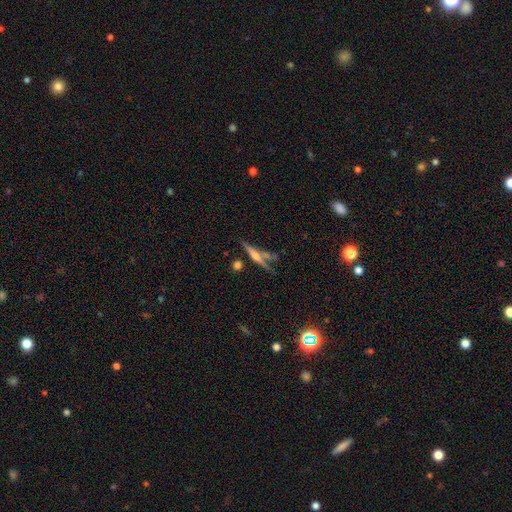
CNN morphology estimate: Smooth or featured: featured or disk — 61% (smooth — 31%)
Edge-on disk: yes — 93% (no — 7%)
Edge-on bulge: rounded — 73% (none — 18%)
Merging: none — 60% (merger — 18%)